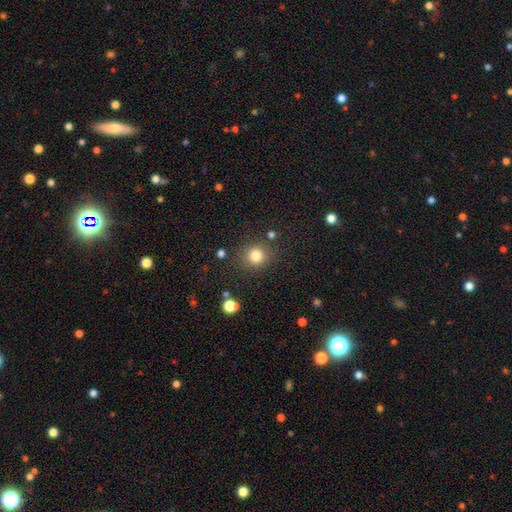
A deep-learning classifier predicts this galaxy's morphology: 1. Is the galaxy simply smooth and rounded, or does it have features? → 82% smooth, 13% star or artifact, 6% featured or disk.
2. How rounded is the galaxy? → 87% round, 12% in between, 1% cigar-shaped.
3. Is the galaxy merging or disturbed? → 83% none, 9% minor disturbance, 4% major disturbance, 4% merger.